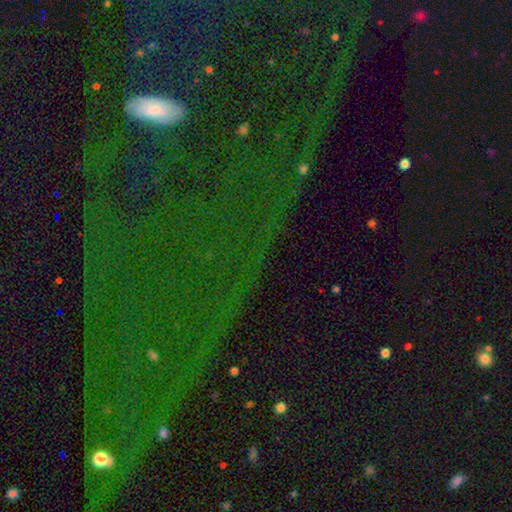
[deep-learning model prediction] Smooth or featured: star or artifact — 73% (smooth — 15%)